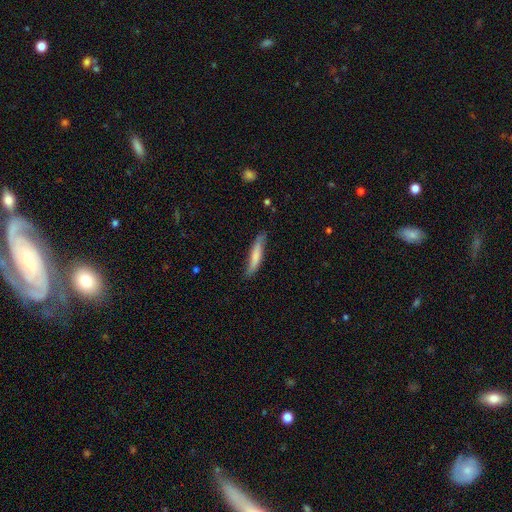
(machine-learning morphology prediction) Q: Smooth or featured?
A: smooth (67%); runner-up: featured or disk (28%)
Q: How rounded?
A: cigar-shaped (87%); runner-up: in between (12%)
Q: Merging?
A: none (70%); runner-up: minor disturbance (23%)